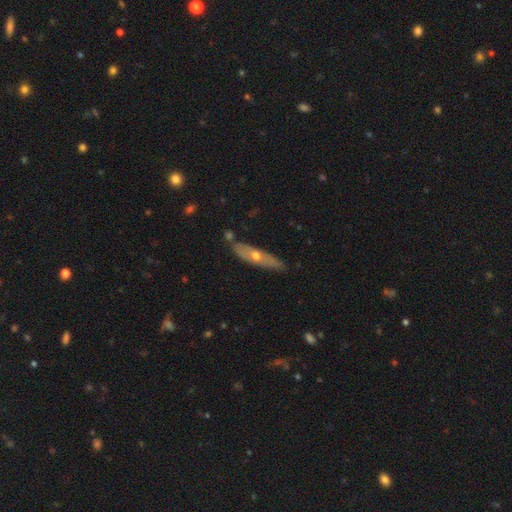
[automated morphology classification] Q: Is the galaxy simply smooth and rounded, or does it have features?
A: featured or disk — 61%.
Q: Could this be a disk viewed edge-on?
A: yes — 63%.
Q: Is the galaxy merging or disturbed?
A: none — 78%.